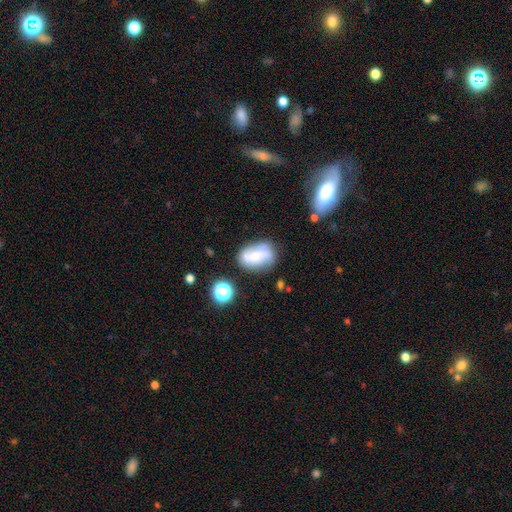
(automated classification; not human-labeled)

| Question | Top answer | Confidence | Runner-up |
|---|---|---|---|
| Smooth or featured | smooth | 47% | featured or disk (43%) |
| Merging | none | 57% | minor disturbance (25%) |